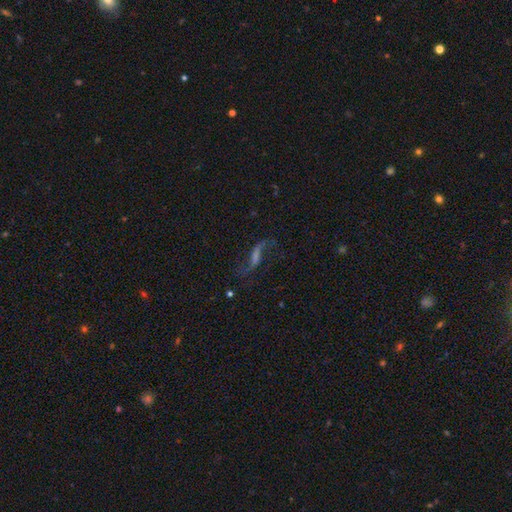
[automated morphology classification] A featured or disk galaxy (74%) with a weak bar (41%), 2 (90%) loose (89%) spiral arms (92%) and no central bulge (44%). Merging: none (68%).